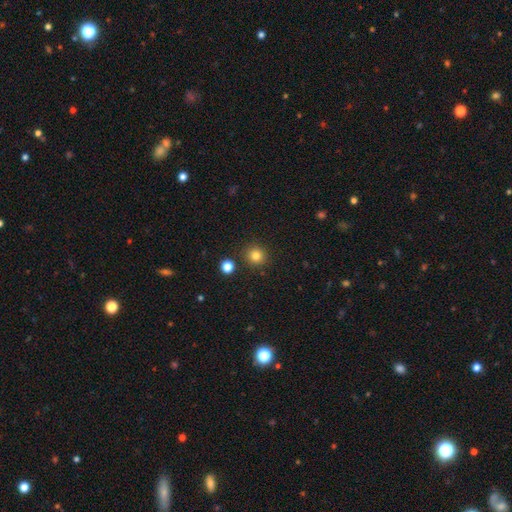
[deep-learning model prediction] Smooth or featured? smooth (82%)
How rounded? round (92%)
Merging? none (88%)